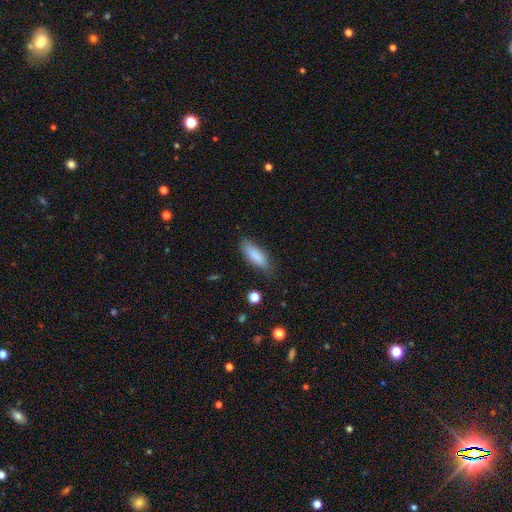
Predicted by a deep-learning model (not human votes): smooth_or_featured: smooth (p=0.85) [alt: featured or disk p=0.08]
how_rounded: in between (p=0.58) [alt: cigar-shaped p=0.40]
merging: none (p=0.76) [alt: minor disturbance p=0.18]